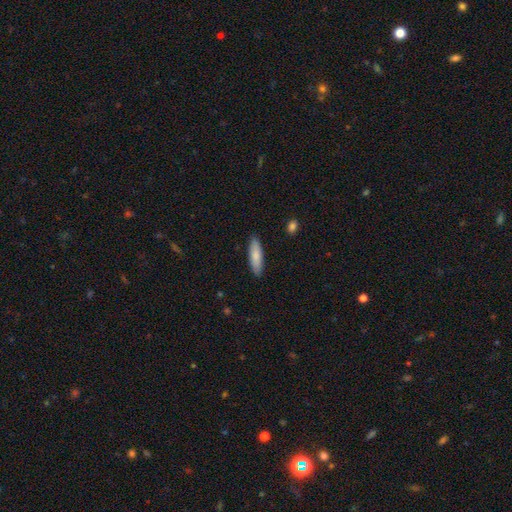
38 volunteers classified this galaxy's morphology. Overall: smooth (87%). How rounded: cigar-shaped (79%). Merging: none (92%).